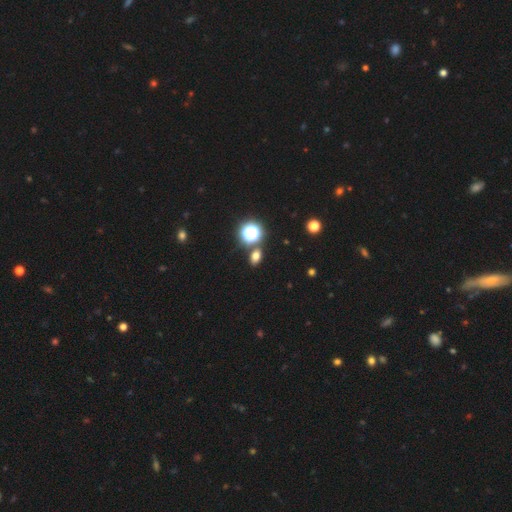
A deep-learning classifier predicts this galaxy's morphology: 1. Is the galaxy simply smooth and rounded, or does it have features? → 67% smooth, 25% star or artifact, 9% featured or disk.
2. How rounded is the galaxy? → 68% in between, 30% round, 2% cigar-shaped.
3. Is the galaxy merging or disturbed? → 80% none, 9% minor disturbance, 8% merger, 3% major disturbance.